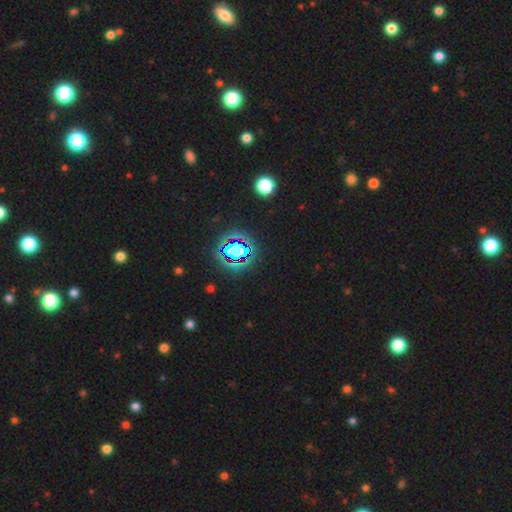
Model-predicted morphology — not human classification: Smooth or featured? star or artifact (79%)